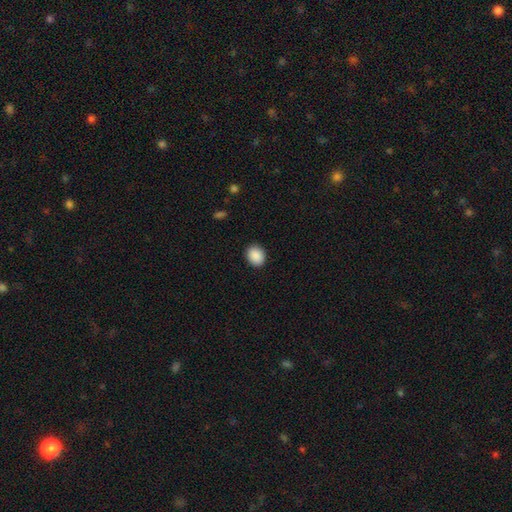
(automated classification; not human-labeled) Smooth or featured?
  - smooth: 90% *
  - star or artifact: 7%
  - featured or disk: 2%
How rounded?
  - round: 53% *
  - in between: 46%
  - cigar-shaped: 1%
Merging?
  - none: 90% *
  - minor disturbance: 7%
  - major disturbance: 2%
  - merger: 1%